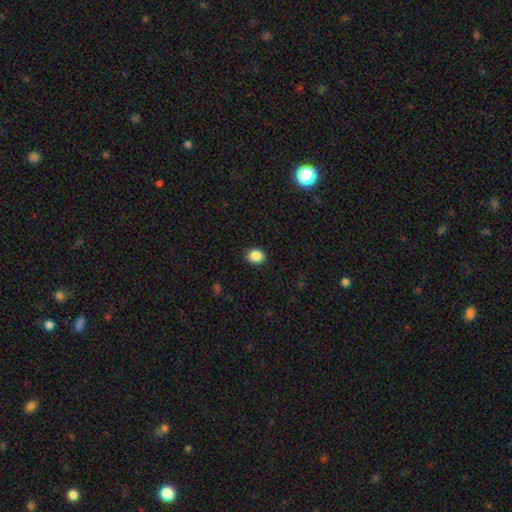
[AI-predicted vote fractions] Smooth or featured? Predicted: smooth (p=0.88). How rounded? Predicted: round (p=0.57). Merging? Predicted: none (p=0.90).